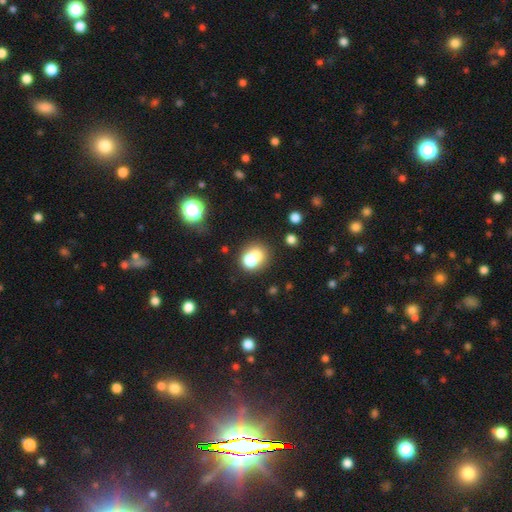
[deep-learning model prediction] Q: Smooth or featured?
A: smooth (68%); runner-up: featured or disk (19%)
Q: How rounded?
A: round (70%); runner-up: in between (29%)
Q: Merging?
A: merger (50%); runner-up: none (36%)